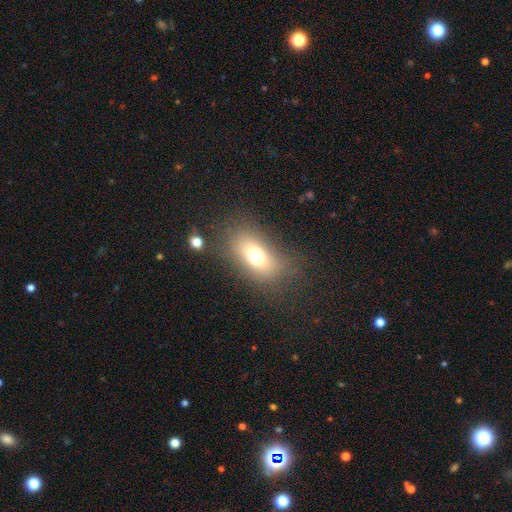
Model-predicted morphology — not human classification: Overall: smooth (68%). How rounded: in between (79%). Merging: none (75%).